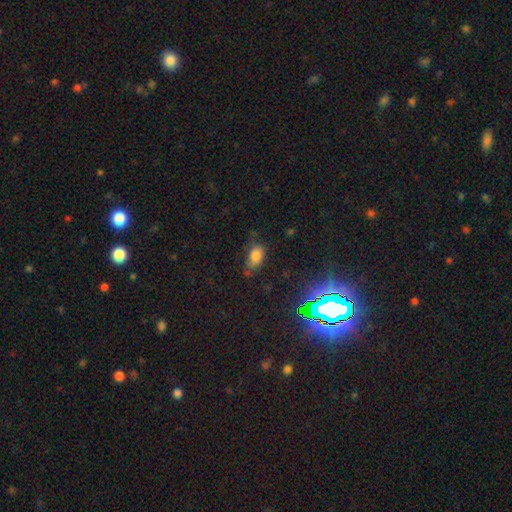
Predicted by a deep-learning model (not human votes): smooth-or-featured: smooth: 72% | star or artifact: 18% | featured or disk: 10%
  how-rounded: in between: 87% | round: 9% | cigar-shaped: 4%
  merging: none: 56% | minor disturbance: 29% | major disturbance: 12% | merger: 3%